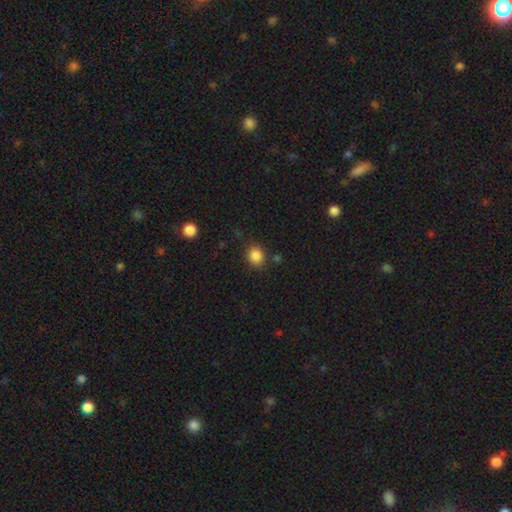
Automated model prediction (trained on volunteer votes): Q: Smooth or featured?
A: smooth (86%); runner-up: star or artifact (10%)
Q: How rounded?
A: round (63%); runner-up: in between (36%)
Q: Merging?
A: none (82%); runner-up: minor disturbance (11%)